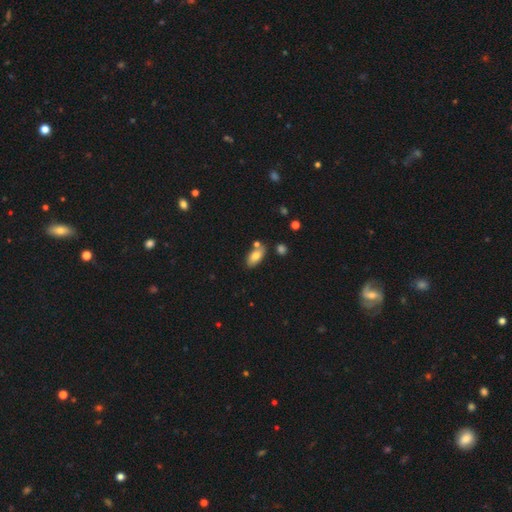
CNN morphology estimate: smooth 77%, featured or disk 15%, star or artifact 8%. Down the decision tree: how rounded — in between (90%); merging — none (71%).